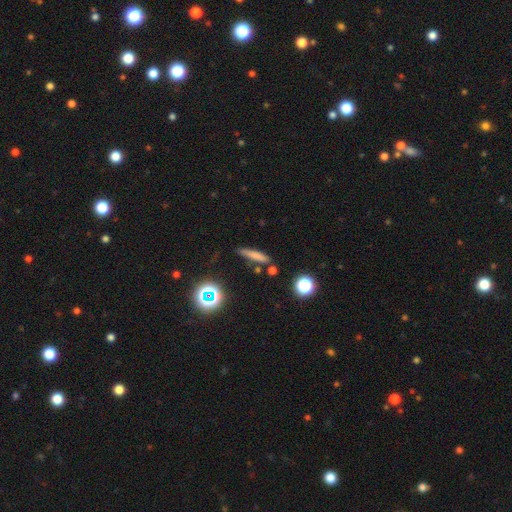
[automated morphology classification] The model was most divided on "smooth or featured": smooth: 69%, featured or disk: 17%, star or artifact: 14%. More confident: how rounded — cigar-shaped (86%); merging — none (79%).